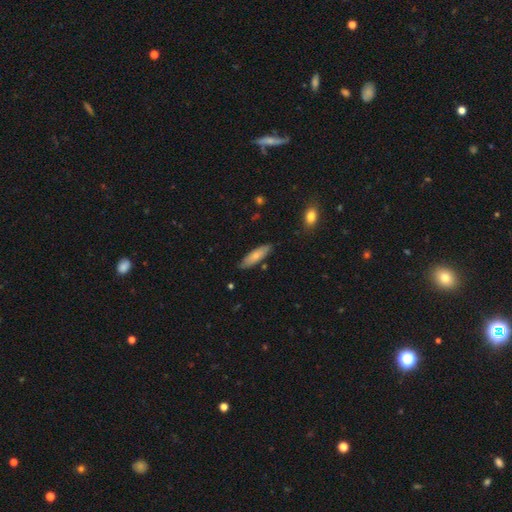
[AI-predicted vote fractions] Q: Smooth or featured?
A: smooth (69%); runner-up: featured or disk (25%)
Q: How rounded?
A: cigar-shaped (51%); runner-up: in between (47%)
Q: Merging?
A: none (82%); runner-up: minor disturbance (14%)